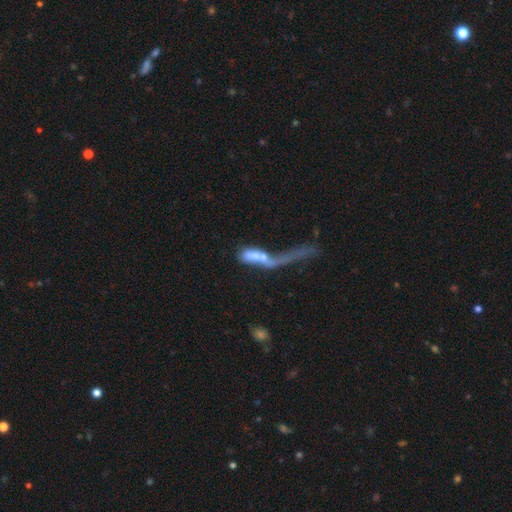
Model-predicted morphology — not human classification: A smooth galaxy with no disk features (48%). Merging: merger (48%).